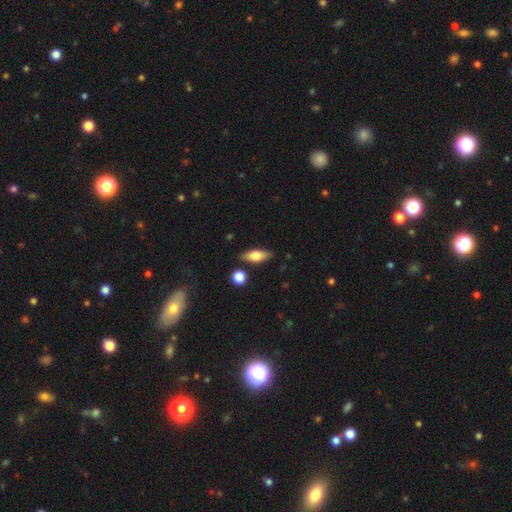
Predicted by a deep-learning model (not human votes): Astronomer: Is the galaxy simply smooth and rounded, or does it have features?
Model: smooth — 63%.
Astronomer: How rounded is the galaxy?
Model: in between — 67%.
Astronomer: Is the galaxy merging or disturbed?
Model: none — 83%.